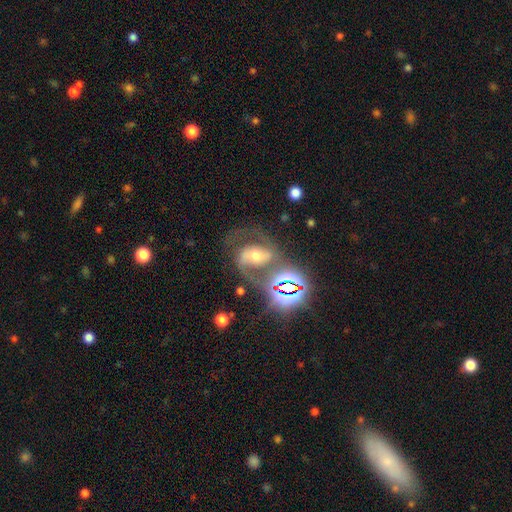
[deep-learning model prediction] This is likely a featured or disk galaxy (72%). It is clearly not viewed edge-on (97%). Bar: marginally strong (37%). Spiral arm pattern: clearly yes (90%). Spiral arm count: clearly 2 (87%). Spiral winding: possibly medium (56%). Central bulge: likely moderate (69%). Merging: possibly none (57%).